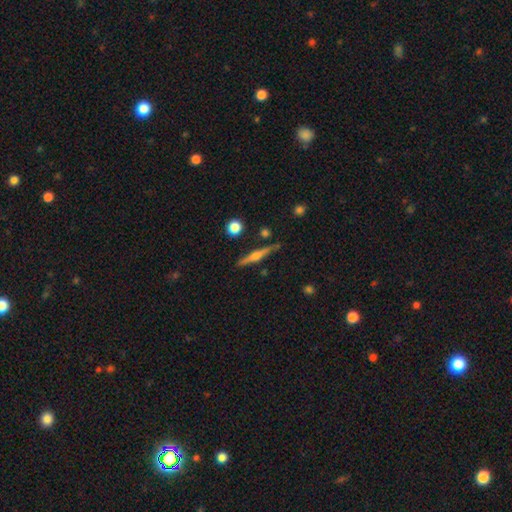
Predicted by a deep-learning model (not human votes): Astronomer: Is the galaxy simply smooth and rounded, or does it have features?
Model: featured or disk — 66%.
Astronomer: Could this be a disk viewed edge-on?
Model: yes — 97%.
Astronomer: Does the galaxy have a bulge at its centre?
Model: rounded — 84%.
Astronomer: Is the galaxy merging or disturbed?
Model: none — 84%.